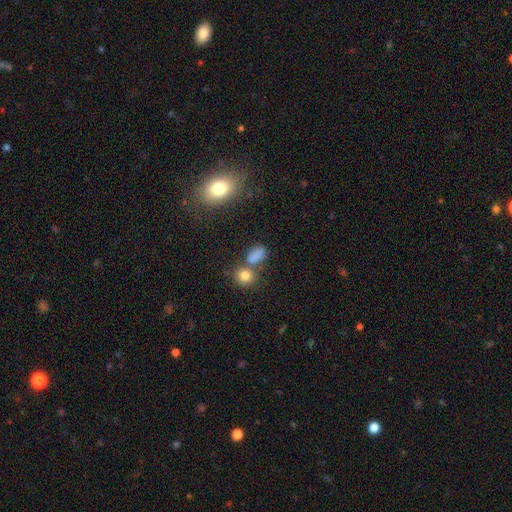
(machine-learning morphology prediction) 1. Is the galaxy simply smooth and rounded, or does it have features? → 77% smooth, 15% star or artifact, 8% featured or disk.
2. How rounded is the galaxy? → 67% in between, 29% round, 4% cigar-shaped.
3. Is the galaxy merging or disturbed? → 49% none, 31% merger, 13% minor disturbance, 7% major disturbance.